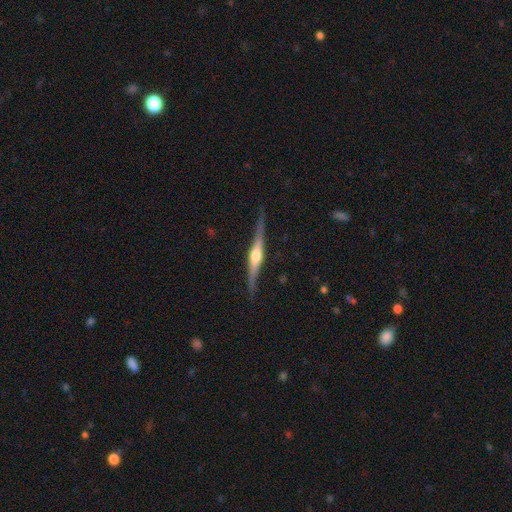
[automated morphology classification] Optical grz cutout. It shows a featured or disk galaxy (80%) viewed edge-on (98%) with a rounded central bulge (90%). Merging: none (85%).